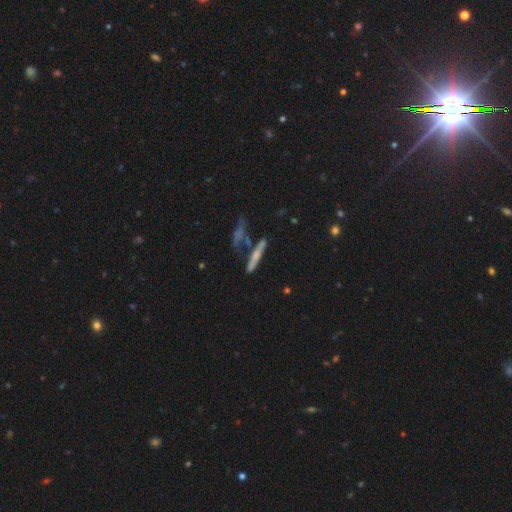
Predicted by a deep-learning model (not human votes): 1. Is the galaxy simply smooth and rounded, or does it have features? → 49% smooth, 40% featured or disk, 11% star or artifact.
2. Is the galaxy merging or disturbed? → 62% none, 17% merger, 14% minor disturbance, 6% major disturbance.